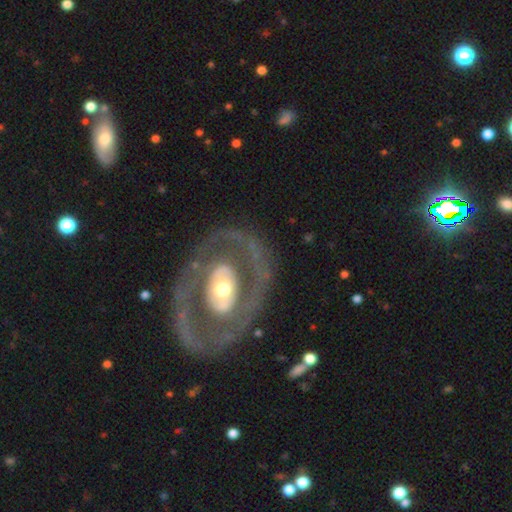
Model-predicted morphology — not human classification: smooth_or_featured: featured or disk (p=0.78) [alt: smooth p=0.18]
disk_edge_on: no (p=0.94) [alt: yes p=0.06]
bar: no (p=0.66) [alt: weak p=0.19]
has_spiral_arms: no (p=0.59) [alt: yes p=0.41]
bulge_size: moderate (p=0.57) [alt: small p=0.22]
merging: none (p=0.79) [alt: minor disturbance p=0.11]